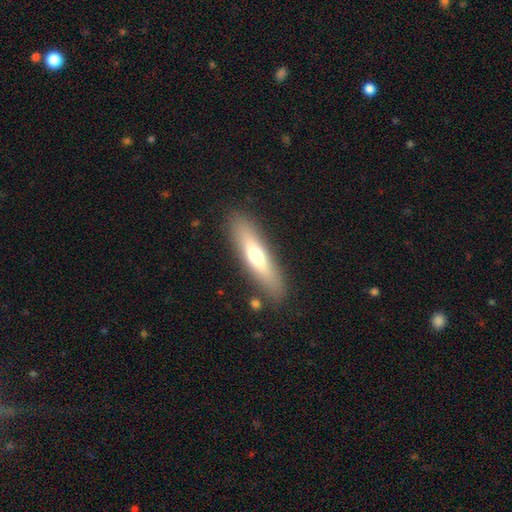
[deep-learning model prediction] A smooth galaxy with no disk features (59%) that is cigar-shaped (69%).

Vote fractions:
- Smooth or featured? smooth: 59% / featured or disk: 34% / star or artifact: 7%
- How rounded? cigar-shaped: 69% / in between: 29% / round: 2%
- Merging? none: 85% / minor disturbance: 10% / major disturbance: 3% / merger: 2%